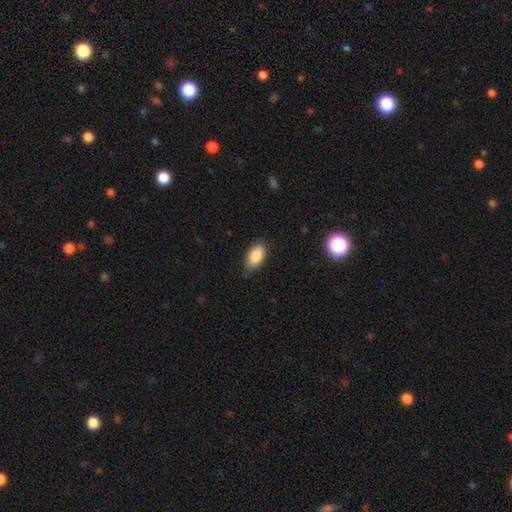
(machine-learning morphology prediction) This appears to be a smooth galaxy with no disk features (87%) that is in between round and cigar-shaped (93%). Merging: none (75%).